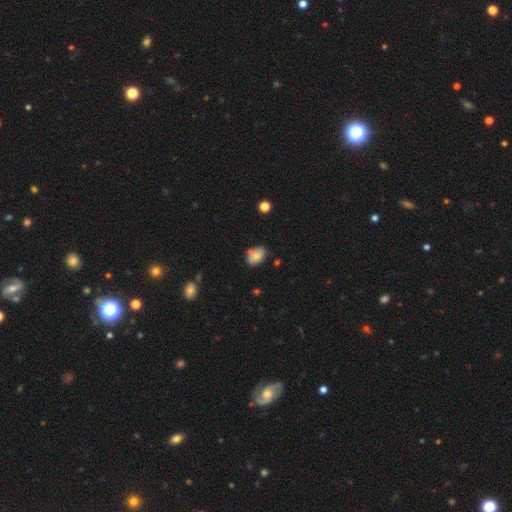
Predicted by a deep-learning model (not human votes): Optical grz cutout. It shows a smooth galaxy with no disk features (79%) that is in between round and cigar-shaped (71%). Merging: none (63%).